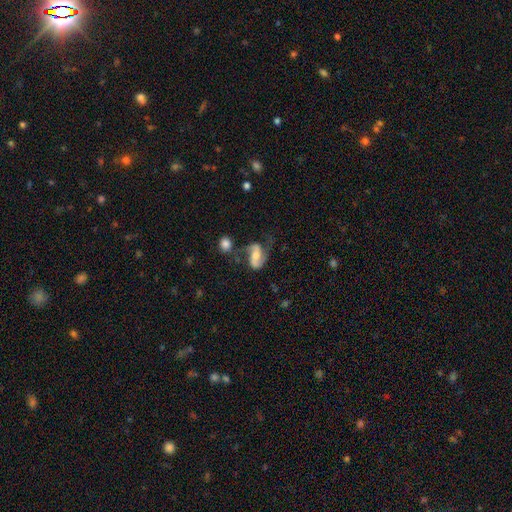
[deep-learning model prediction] featured or disk 76%, smooth 17%, star or artifact 7%. Down the decision tree: edge-on disk — no (97%); bar — no (38%); spiral arms — yes (92%); spiral arm count — 2 (88%); spiral winding — loose (51%); bulge size — moderate (54%); merging — none (50%).